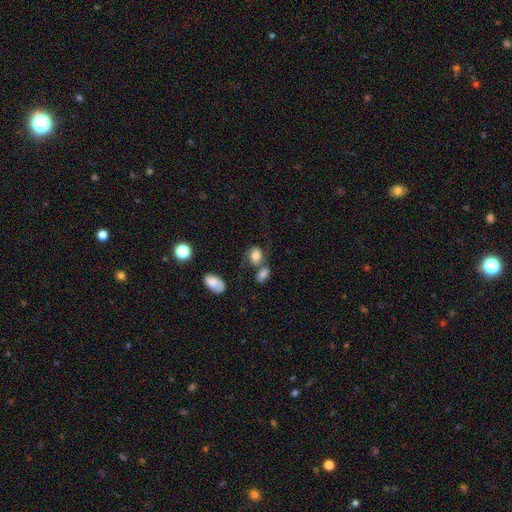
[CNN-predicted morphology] smooth-or-featured: smooth: 67% | featured or disk: 23% | star or artifact: 10%
  how-rounded: in between: 61% | round: 38% | cigar-shaped: 2%
  merging: none: 37% | merger: 34% | minor disturbance: 16% | major disturbance: 13%